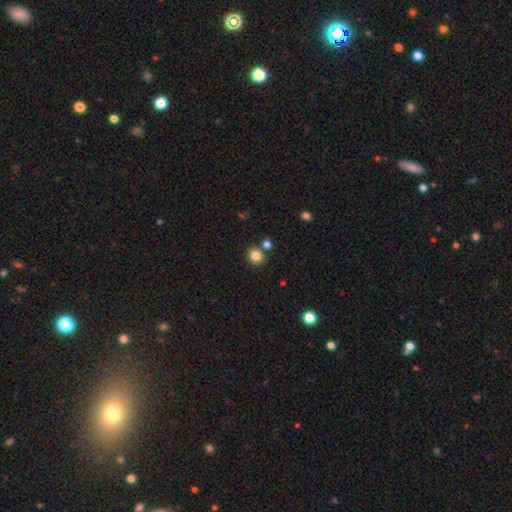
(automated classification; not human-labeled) Q: Smooth or featured?
A: smooth (83%); runner-up: star or artifact (12%)
Q: How rounded?
A: round (87%); runner-up: in between (12%)
Q: Merging?
A: none (78%); runner-up: merger (12%)